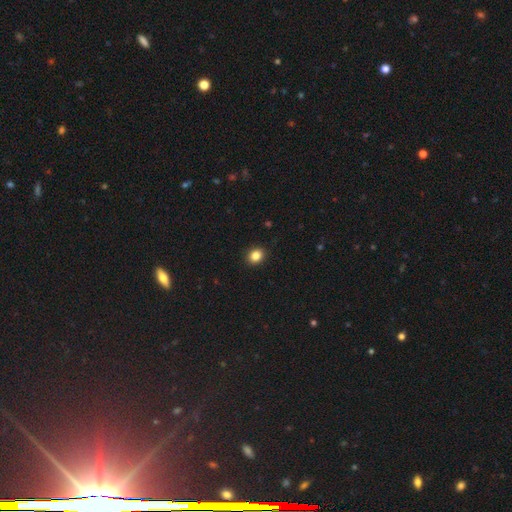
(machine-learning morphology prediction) A smooth galaxy with no disk features (85%) that is round (64%). Merging: none (91%).